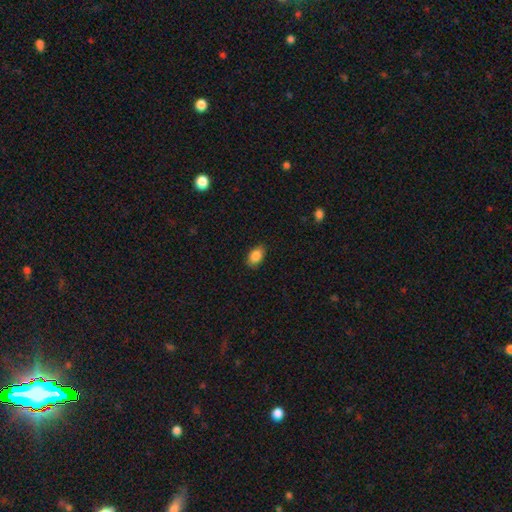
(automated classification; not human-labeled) The model was most divided on "merging": none: 86%, minor disturbance: 11%, major disturbance: 2%, merger: 1%. More confident: how rounded — in between (88%); smooth or featured — smooth (87%).